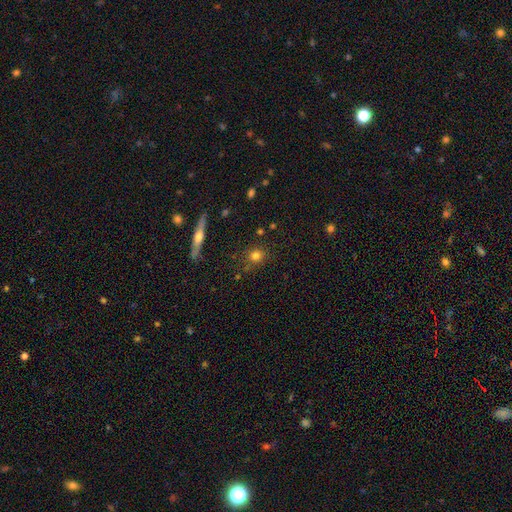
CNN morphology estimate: This appears to be a smooth galaxy with no disk features (77%) that is round (80%). Merging: none (83%).